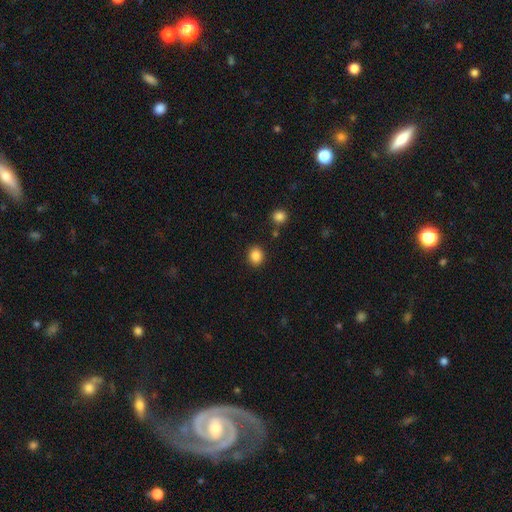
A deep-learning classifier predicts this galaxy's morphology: Smooth or featured: smooth — 87% (star or artifact — 10%)
How rounded: round — 71% (in between — 28%)
Merging: none — 88% (minor disturbance — 7%)